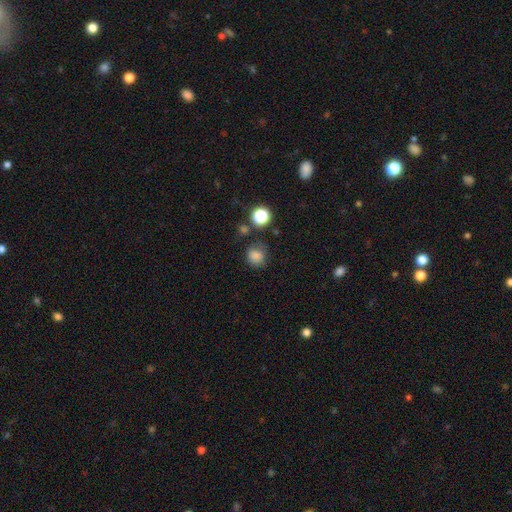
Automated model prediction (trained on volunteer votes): Overall: smooth (80%). How rounded: round (79%). Merging: none (72%).